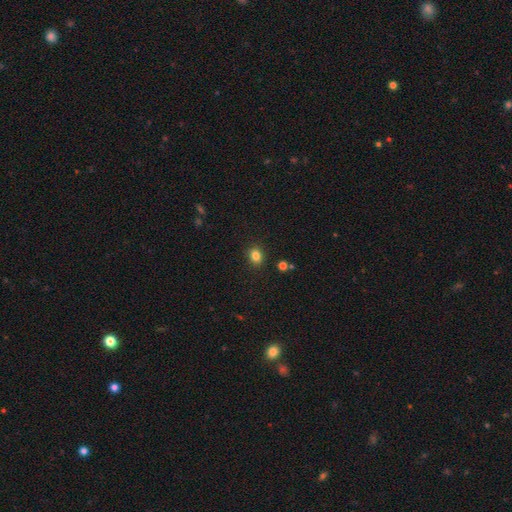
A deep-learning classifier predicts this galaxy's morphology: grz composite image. It shows a smooth galaxy with no disk features (82%) that is round (58%). Merging: none (88%).